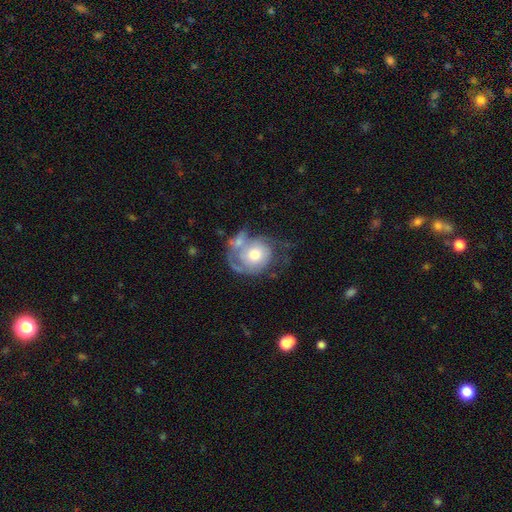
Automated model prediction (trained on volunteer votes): Overall: featured or disk (62%; smooth 31%). Edge-on disk: no (97%). Bar: no (83%). Spiral arms: yes (73%). Bulge size: moderate (61%; large 22%). Merging: none (31%; major disturbance 26%).